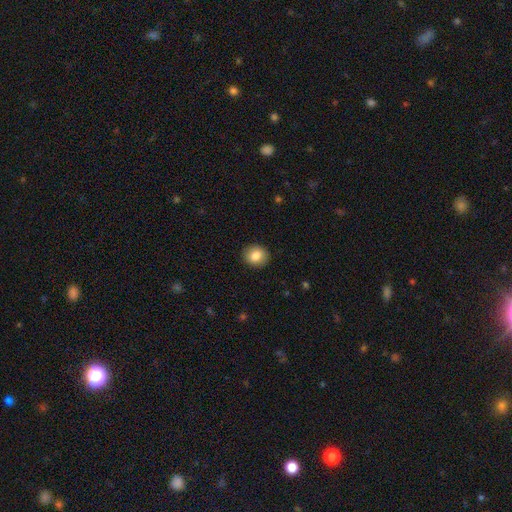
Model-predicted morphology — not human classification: This appears to be a smooth galaxy with no disk features (84%) that is round (75%). Merging: none (91%).